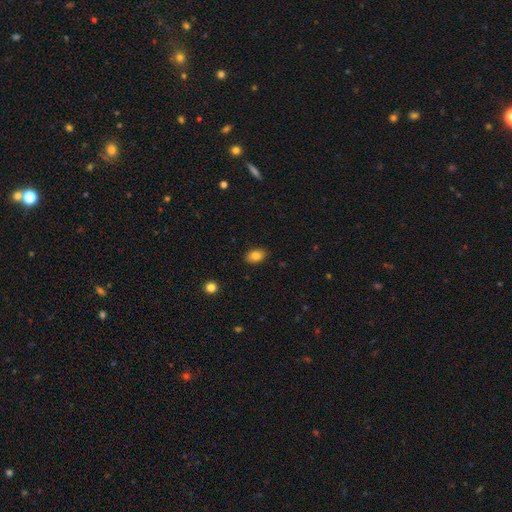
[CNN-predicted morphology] Q: Smooth or featured?
A: smooth (84%); runner-up: star or artifact (9%)
Q: How rounded?
A: in between (84%); runner-up: round (14%)
Q: Merging?
A: none (88%); runner-up: minor disturbance (9%)